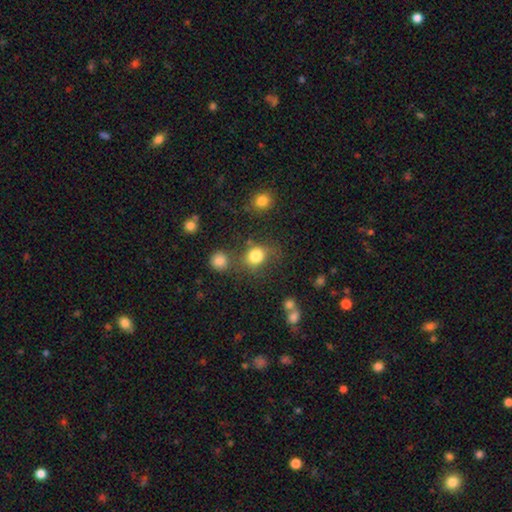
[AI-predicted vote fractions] Smooth or featured: smooth — 81% (star or artifact — 13%)
How rounded: round — 72% (in between — 27%)
Merging: none — 61% (minor disturbance — 17%)